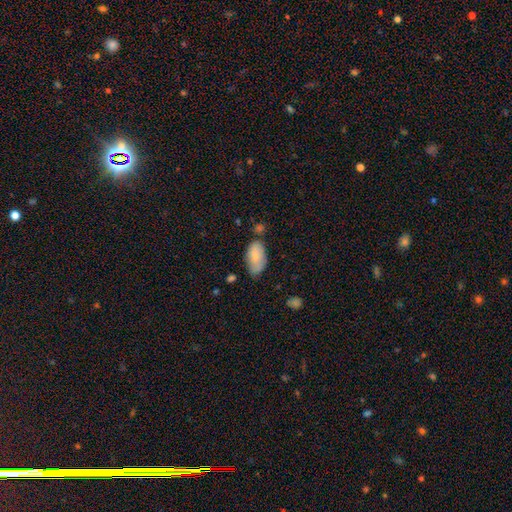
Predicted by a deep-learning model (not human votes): The model was most divided on "merging": none: 55%, minor disturbance: 33%, major disturbance: 7%, merger: 5%. More confident: how rounded — in between (95%); smooth or featured — smooth (81%).